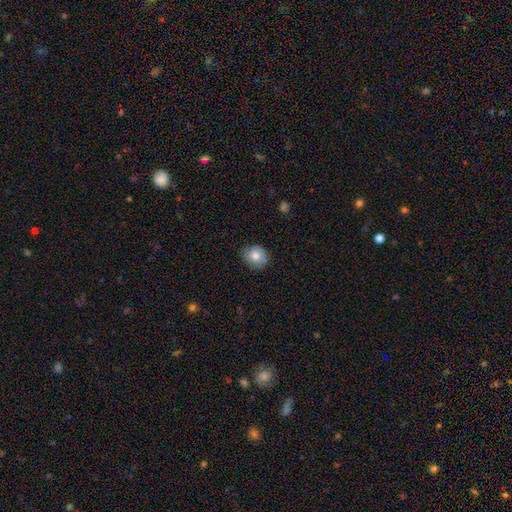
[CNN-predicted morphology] Q: Smooth or featured?
A: smooth (72%); runner-up: featured or disk (20%)
Q: How rounded?
A: round (72%); runner-up: in between (27%)
Q: Merging?
A: none (73%); runner-up: minor disturbance (22%)